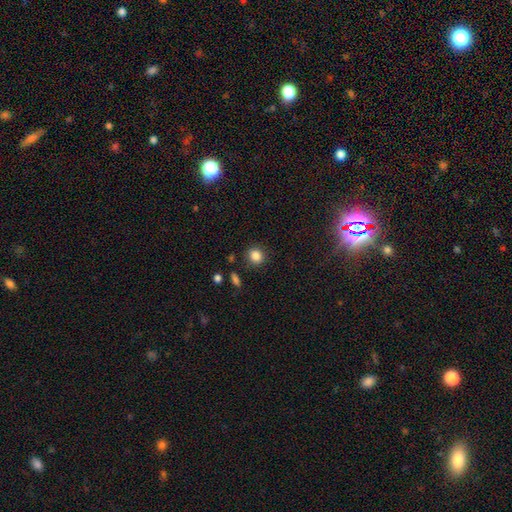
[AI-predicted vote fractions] Smooth or featured?
  - smooth: 85% *
  - star or artifact: 10%
  - featured or disk: 4%
How rounded?
  - round: 80% *
  - in between: 19%
  - cigar-shaped: 1%
Merging?
  - none: 86% *
  - minor disturbance: 9%
  - major disturbance: 3%
  - merger: 2%